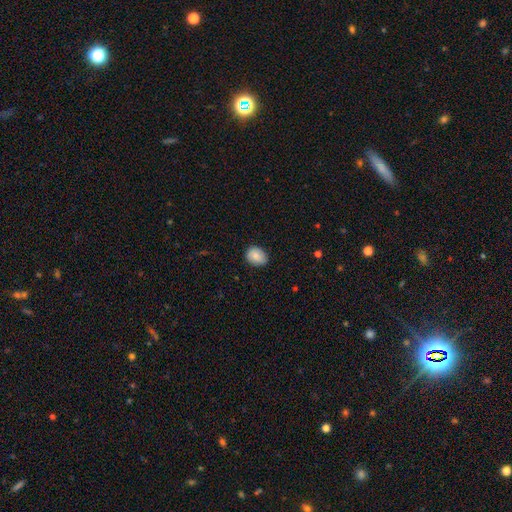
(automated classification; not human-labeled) smooth 84%, featured or disk 9%, star or artifact 7%. Down the decision tree: how rounded — in between (54%); merging — none (79%).